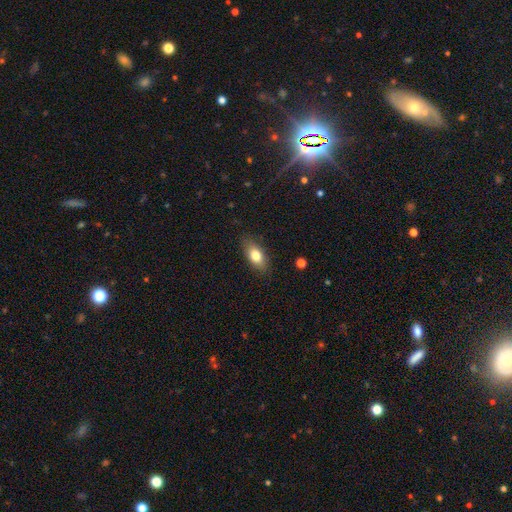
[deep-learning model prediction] This appears to be a smooth galaxy with no disk features (78%) that is in between round and cigar-shaped (85%). Merging: none (82%).